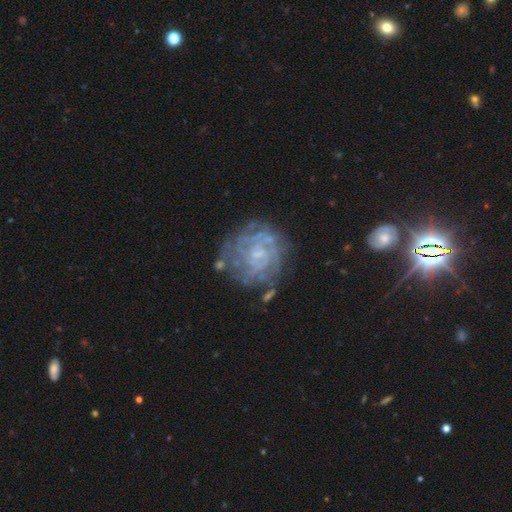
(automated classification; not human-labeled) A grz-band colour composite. It shows a featured or disk galaxy (69%) with no bar (67%), tight (69%) spiral arms (82%) and a small central bulge (67%). Merging: none (73%).